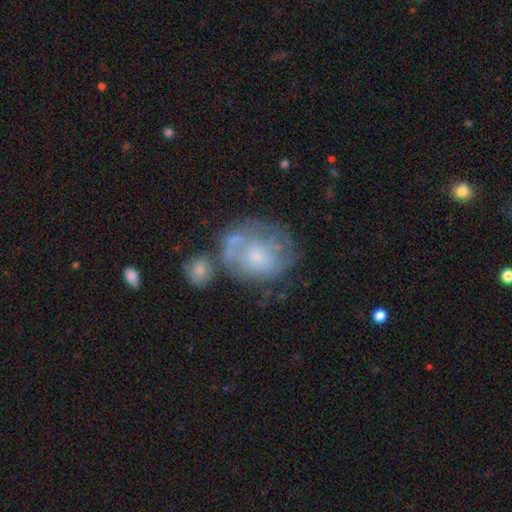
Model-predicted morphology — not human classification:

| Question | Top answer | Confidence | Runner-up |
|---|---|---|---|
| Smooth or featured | featured or disk | 55% | smooth (36%) |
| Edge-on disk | no | 97% | yes (3%) |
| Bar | no | 80% | weak (17%) |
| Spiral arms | yes | 53% | no (47%) |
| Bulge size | small | 58% | moderate (29%) |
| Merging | none | 43% | minor disturbance (21%) |